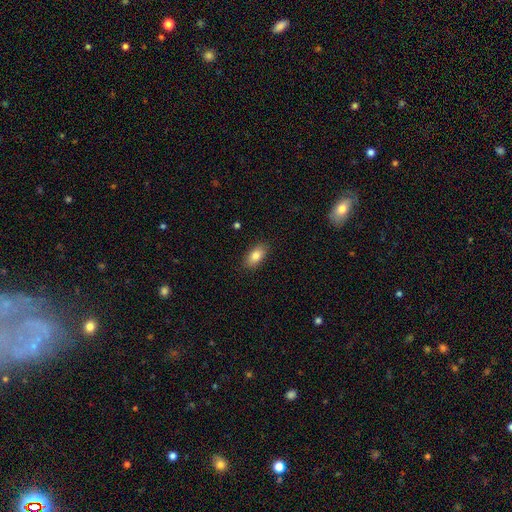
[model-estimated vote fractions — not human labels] Smooth or featured? Predicted: smooth (p=0.83). How rounded? Predicted: in between (p=0.90). Merging? Predicted: none (p=0.88).